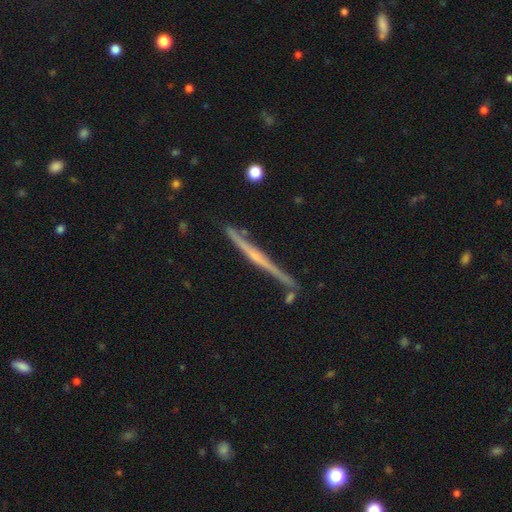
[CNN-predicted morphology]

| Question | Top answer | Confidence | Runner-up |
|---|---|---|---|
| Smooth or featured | featured or disk | 76% | smooth (18%) |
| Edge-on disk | yes | 98% | no (2%) |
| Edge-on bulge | none | 48% | rounded (42%) |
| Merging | none | 82% | minor disturbance (12%) |